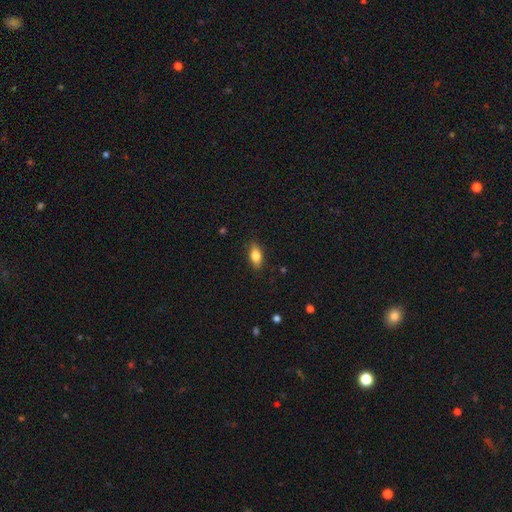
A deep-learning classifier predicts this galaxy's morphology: Smooth or featured? smooth (80%)
How rounded? in between (85%)
Merging? none (86%)